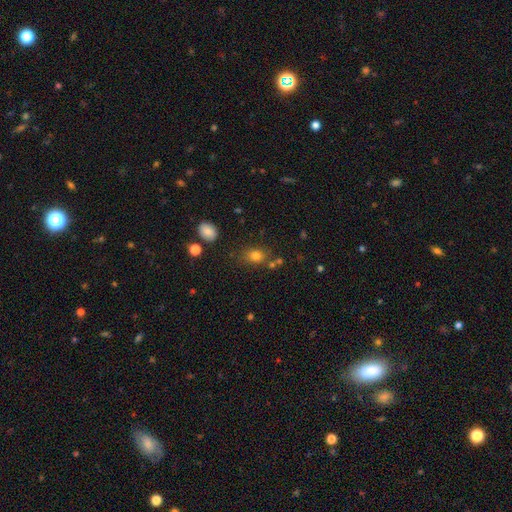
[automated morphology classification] Overall: smooth (78%). How rounded: in between (51%; round 47%). Merging: none (71%).